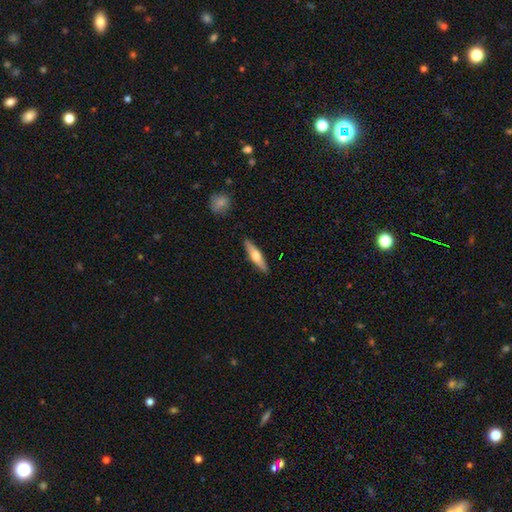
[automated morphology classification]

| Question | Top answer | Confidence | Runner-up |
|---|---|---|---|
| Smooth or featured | smooth | 47% | tied: featured or disk (47%) |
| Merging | none | 89% | minor disturbance (8%) |